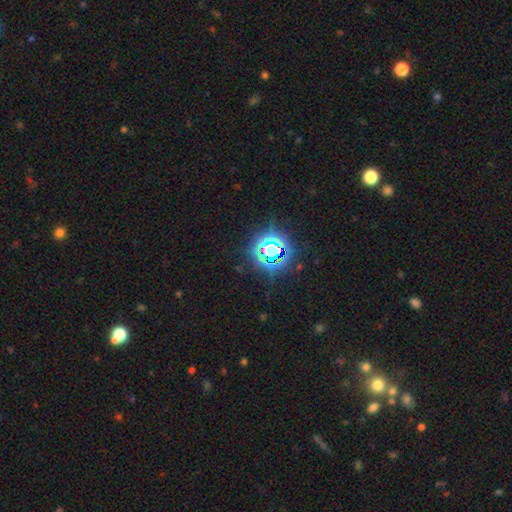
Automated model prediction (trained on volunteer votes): star or artifact 79%, smooth 14%, featured or disk 7%.